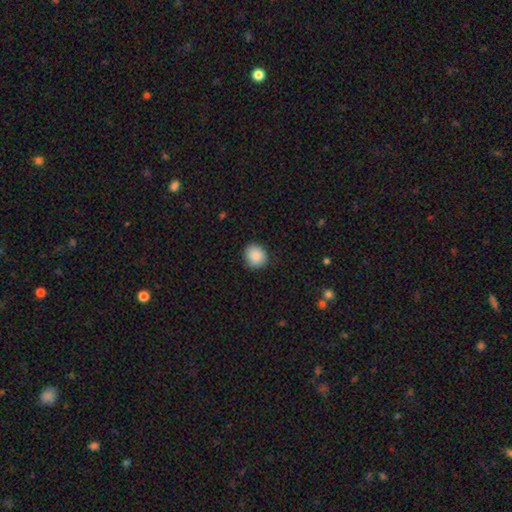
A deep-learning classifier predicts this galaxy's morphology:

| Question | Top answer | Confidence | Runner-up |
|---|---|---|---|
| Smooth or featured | smooth | 88% | star or artifact (8%) |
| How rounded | round | 78% | in between (21%) |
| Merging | none | 86% | minor disturbance (11%) |